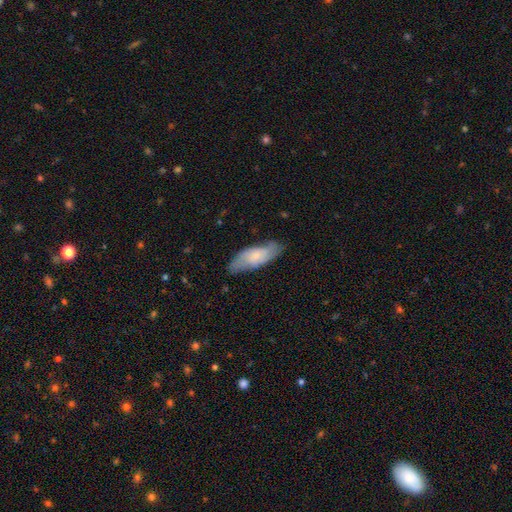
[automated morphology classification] A smooth galaxy with no disk features (49%).

Vote fractions:
- Smooth or featured? smooth: 49% / featured or disk: 44% / star or artifact: 7%
- Merging? none: 77% / minor disturbance: 18% / major disturbance: 4% / merger: 1%